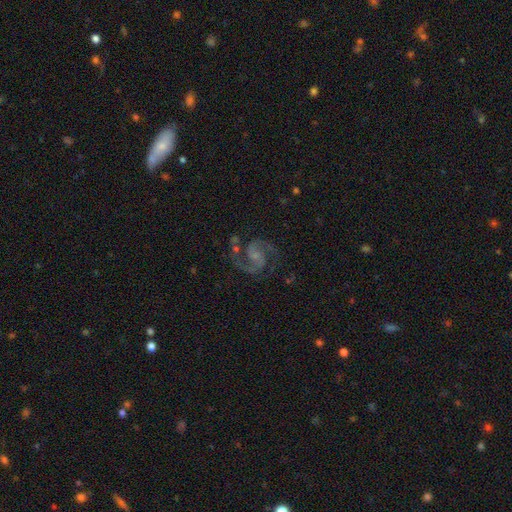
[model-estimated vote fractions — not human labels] A featured or disk galaxy (92%) with no bar (49%), 2 (94%) medium (66%) spiral arms (98%) and a small central bulge (47%).

Vote fractions:
- Smooth or featured? featured or disk: 92% / star or artifact: 5% / smooth: 3%
- Edge-on disk? no: 98% / yes: 2%
- Bar? no: 49% / weak: 40% / strong: 11%
- Spiral arms? yes: 98% / no: 2%
- Spiral winding? medium: 66% / loose: 18% / tight: 16%
- Spiral arm count? 2: 94% / 3: 2% / can't tell: 2% / 1: 1% / 4: 1% / more than 4: 1%
- Bulge size? small: 47% / none: 30% / moderate: 19% / large: 2% / dominant: 1%
- Merging? none: 75% / minor disturbance: 14% / major disturbance: 8% / merger: 3%